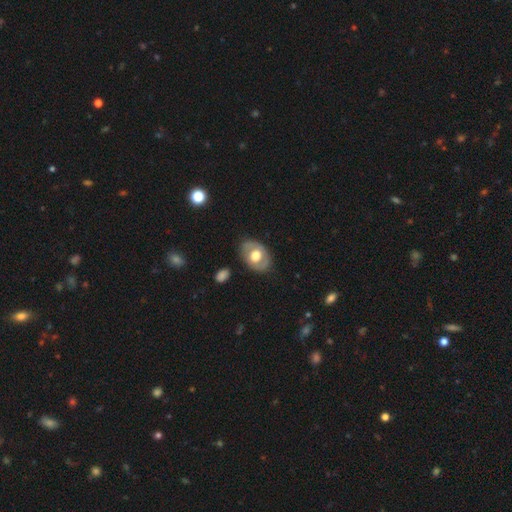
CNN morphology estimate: Smooth or featured? Predicted: smooth (p=0.48). Merging? Predicted: none (p=0.79).